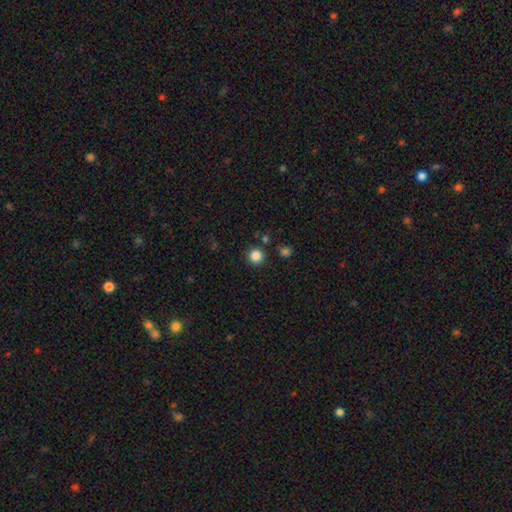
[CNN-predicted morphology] Overall: smooth (85%). How rounded: round (95%). Merging: none (88%).